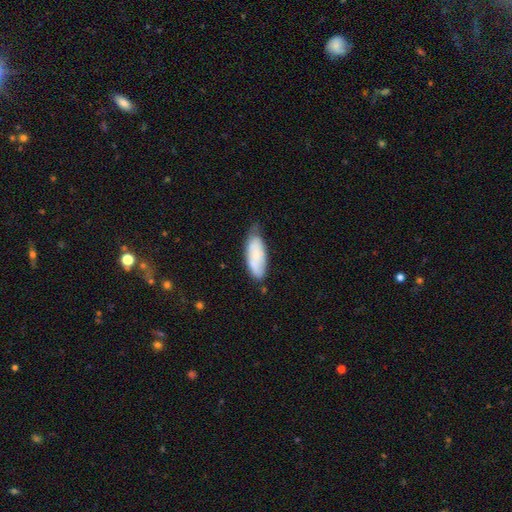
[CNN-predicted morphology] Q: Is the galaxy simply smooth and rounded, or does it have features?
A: smooth — 64%.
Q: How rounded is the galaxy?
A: in between — 73%.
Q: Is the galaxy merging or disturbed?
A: none — 49%.